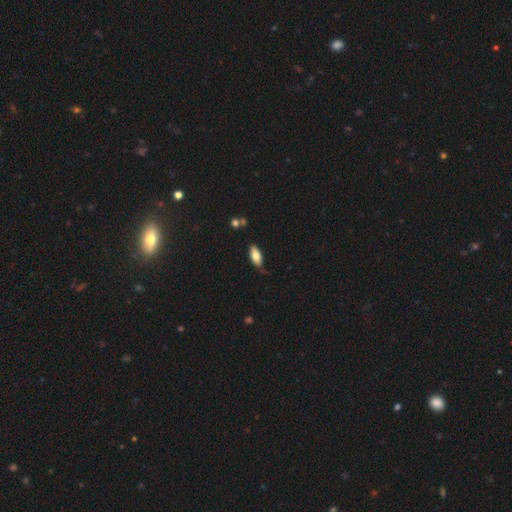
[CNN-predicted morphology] type=smooth (78%); roundness=in between (88%); merging=none (74%).